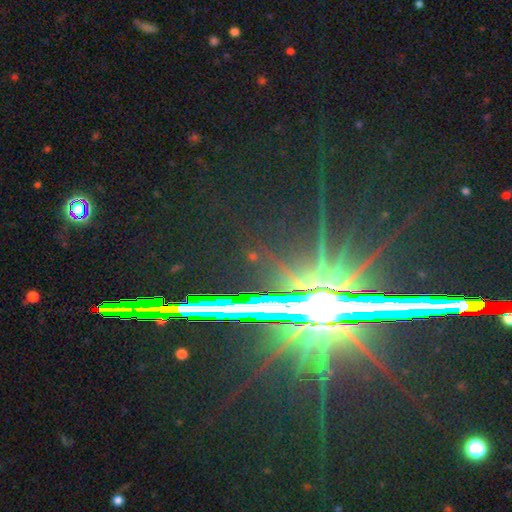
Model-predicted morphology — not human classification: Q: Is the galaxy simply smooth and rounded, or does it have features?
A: star or artifact — 62%.